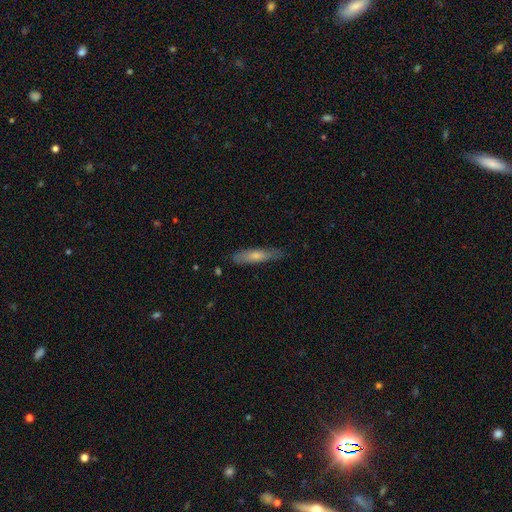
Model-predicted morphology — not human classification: Q: Smooth or featured?
A: smooth (63%); runner-up: featured or disk (32%)
Q: How rounded?
A: cigar-shaped (78%); runner-up: in between (20%)
Q: Merging?
A: none (78%); runner-up: minor disturbance (18%)